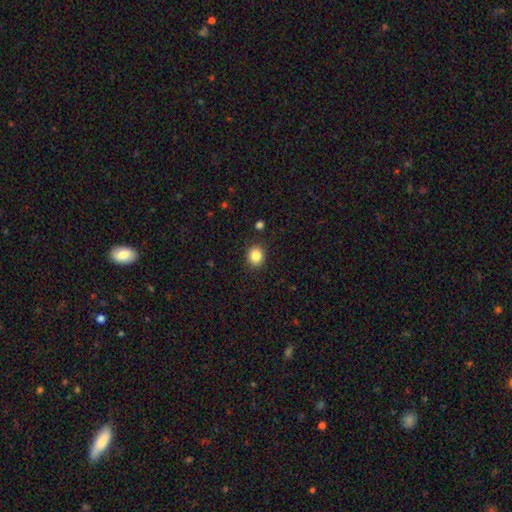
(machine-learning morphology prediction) Smooth or featured? smooth (84%)
How rounded? round (80%)
Merging? none (89%)